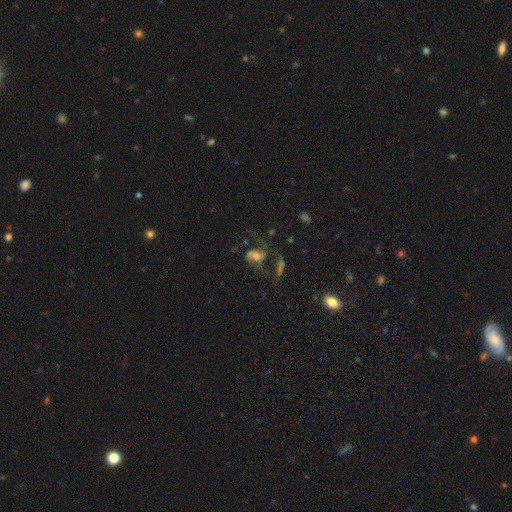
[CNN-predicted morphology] Q: Smooth or featured?
A: featured or disk (62%); runner-up: smooth (24%)
Q: Edge-on disk?
A: no (96%); runner-up: yes (4%)
Q: Bar?
A: no (49%); runner-up: weak (37%)
Q: Spiral arms?
A: yes (82%); runner-up: no (18%)
Q: Bulge size?
A: moderate (50%); runner-up: small (27%)
Q: Merging?
A: none (37%); runner-up: major disturbance (36%)